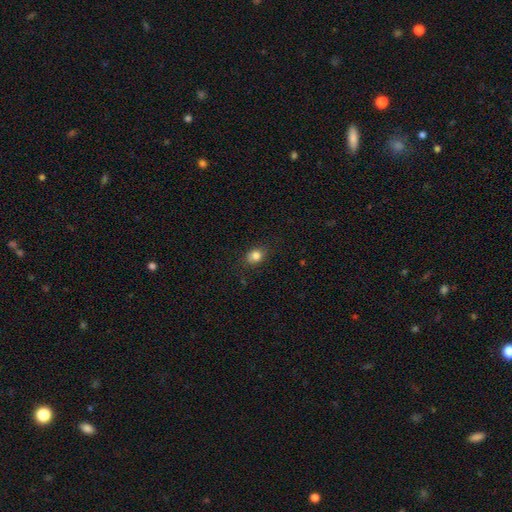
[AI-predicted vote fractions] Morphology: type=smooth (82%); roundness=in between (51%); merging=none (83%).